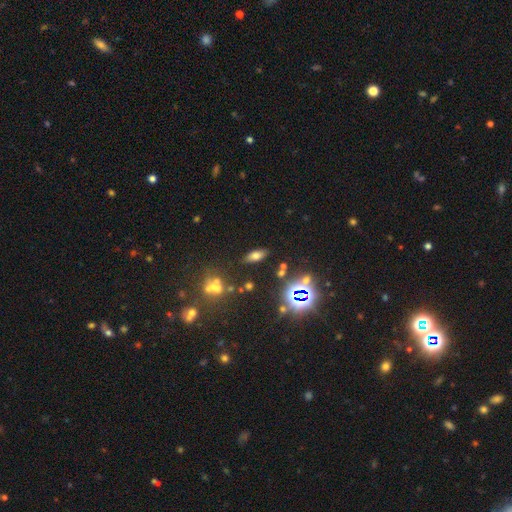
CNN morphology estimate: Smooth or featured? smooth (61%)
How rounded? in between (77%)
Merging? none (82%)